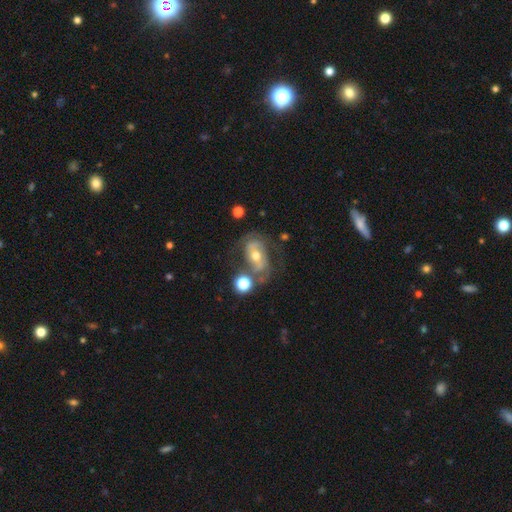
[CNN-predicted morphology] Overall: featured or disk (70%). Edge-on disk: no (94%). Bar: no (38%; weak 33%). Spiral arms: yes (74%). Bulge size: moderate (66%; small 27%). Merging: none (46%; minor disturbance 21%).